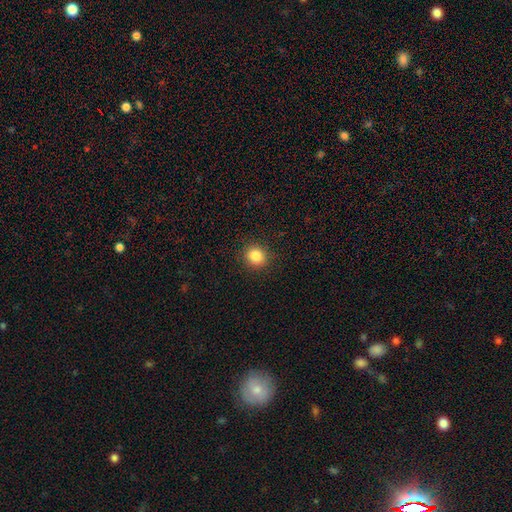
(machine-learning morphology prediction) A smooth galaxy with no disk features (84%) that is round (80%). Merging: none (90%).